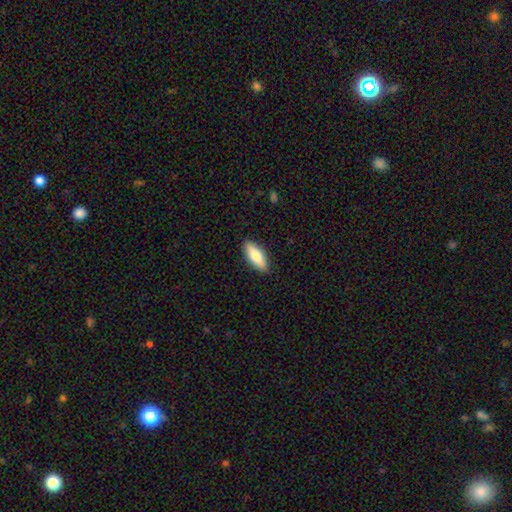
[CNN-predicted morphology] This is likely a smooth galaxy (70%). How rounded: likely in between (65%). Merging: clearly none (89%).